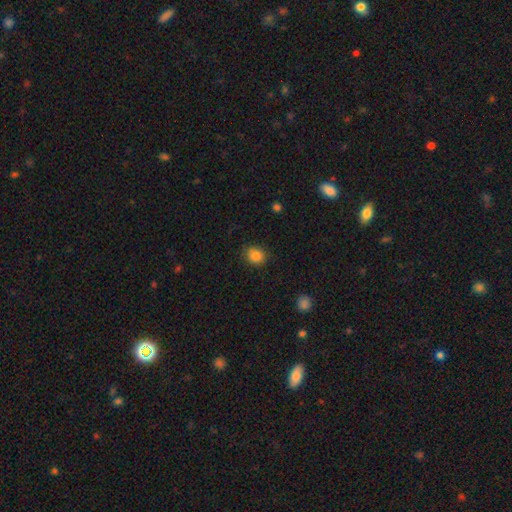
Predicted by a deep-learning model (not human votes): Overall: smooth (85%). How rounded: round (76%). Merging: none (85%).